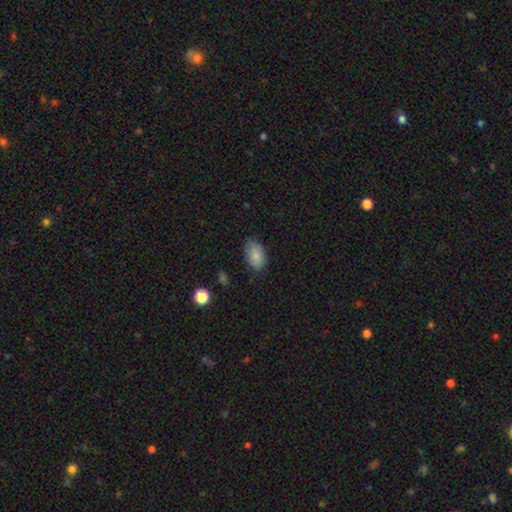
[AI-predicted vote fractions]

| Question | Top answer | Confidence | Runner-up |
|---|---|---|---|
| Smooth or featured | smooth | 86% | star or artifact (8%) |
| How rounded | in between | 92% | round (7%) |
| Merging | none | 78% | minor disturbance (17%) |